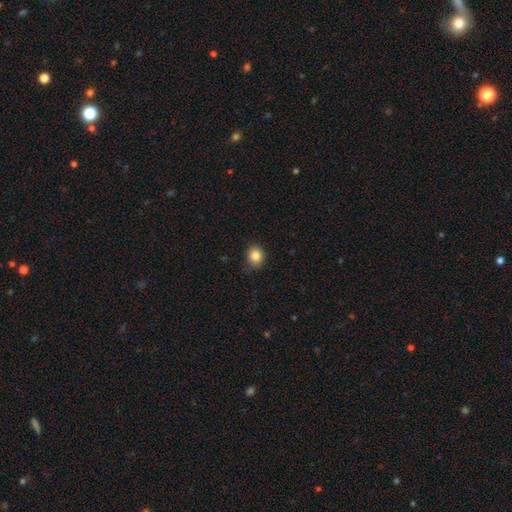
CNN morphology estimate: A smooth galaxy with no disk features (85%) that is round (76%).

Vote fractions:
- Smooth or featured? smooth: 85% / star or artifact: 10% / featured or disk: 5%
- How rounded? round: 76% / in between: 23% / cigar-shaped: 1%
- Merging? none: 85% / minor disturbance: 12% / major disturbance: 2% / merger: 1%